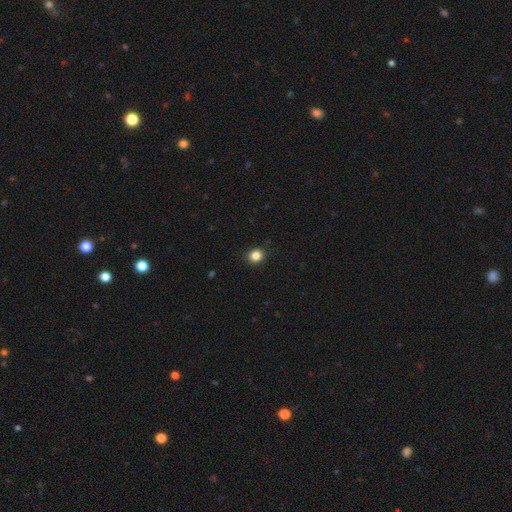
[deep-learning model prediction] smooth-or-featured: smooth: 84% | star or artifact: 11% | featured or disk: 4%
  how-rounded: round: 77% | in between: 22% | cigar-shaped: 1%
  merging: none: 89% | minor disturbance: 8% | major disturbance: 2% | merger: 1%